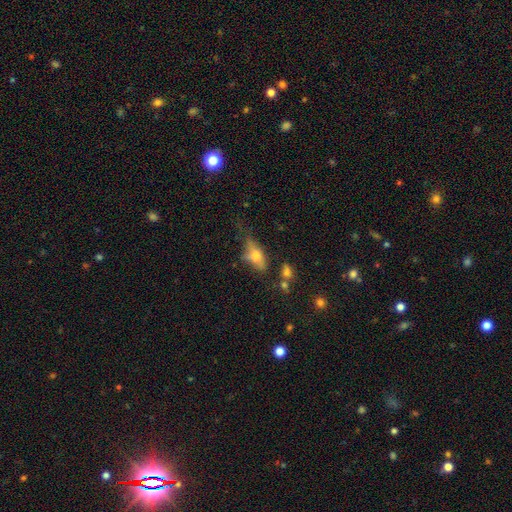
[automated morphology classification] This is possibly a smooth galaxy (54%). How rounded: likely in between (73%). Merging: possibly none (45%).